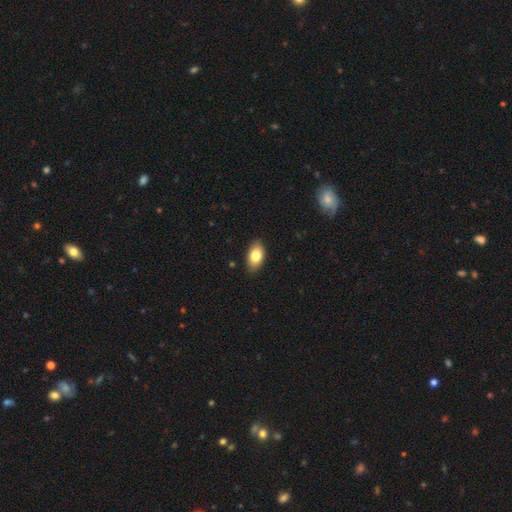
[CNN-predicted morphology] Smooth or featured? smooth (80%)
How rounded? in between (92%)
Merging? none (87%)